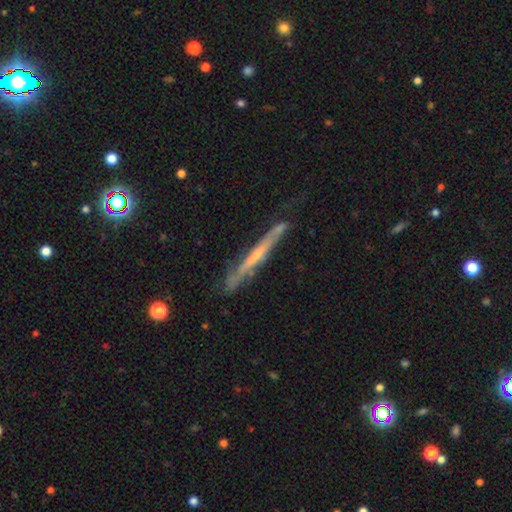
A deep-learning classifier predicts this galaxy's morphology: Smooth or featured? Predicted: featured or disk (p=0.65). Edge-on disk? Predicted: yes (p=0.90). Edge-on bulge? Predicted: none (p=0.67). Merging? Predicted: none (p=0.67).